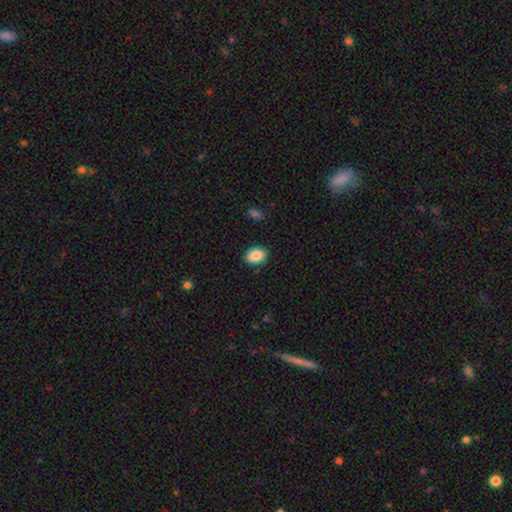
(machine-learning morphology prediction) Smooth or featured?
  - smooth: 88% *
  - star or artifact: 7%
  - featured or disk: 4%
How rounded?
  - in between: 78% *
  - round: 21%
  - cigar-shaped: 1%
Merging?
  - none: 87% *
  - minor disturbance: 9%
  - major disturbance: 2%
  - merger: 1%